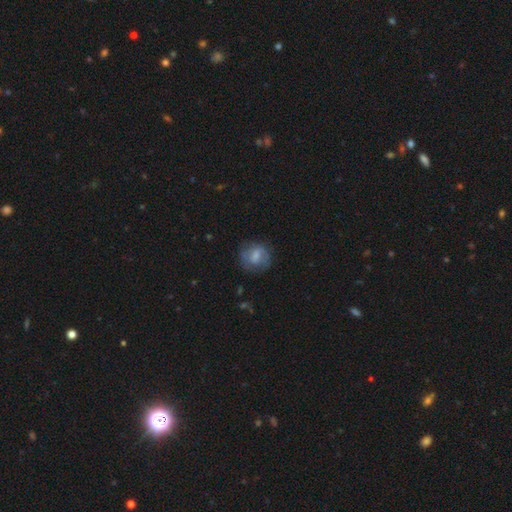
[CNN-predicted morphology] smooth 63%, featured or disk 28%, star or artifact 8%. Down the decision tree: how rounded — round (71%); merging — none (68%).